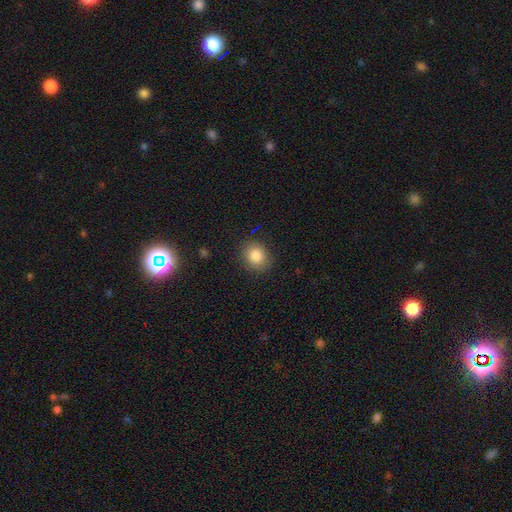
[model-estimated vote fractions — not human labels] Smooth or featured: smooth — 85% (star or artifact — 9%)
How rounded: round — 60% (in between — 39%)
Merging: none — 86% (minor disturbance — 10%)